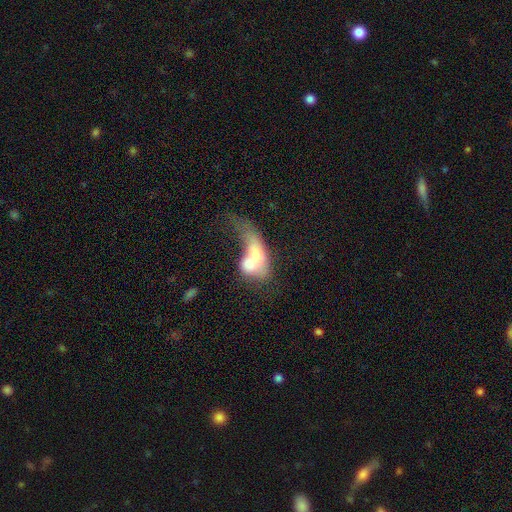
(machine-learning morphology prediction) Smooth or featured: smooth — 54% (featured or disk — 37%)
How rounded: in between — 70% (round — 17%)
Merging: merger — 60% (major disturbance — 24%)